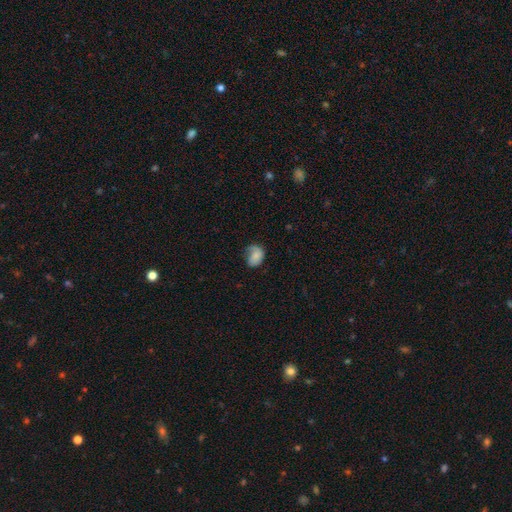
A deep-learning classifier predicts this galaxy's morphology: Smooth or featured? smooth (70%)
How rounded? in between (65%)
Merging? none (39%)